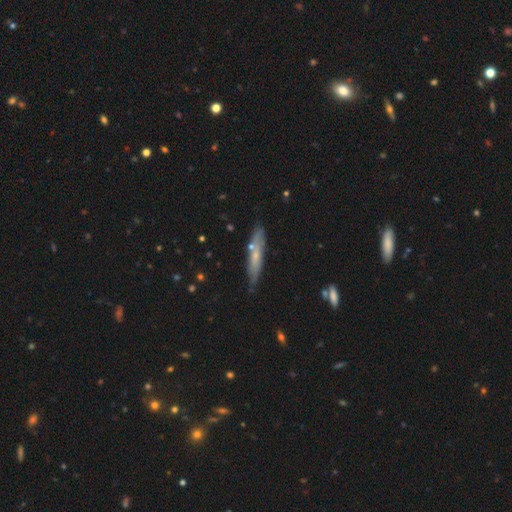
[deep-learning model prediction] smooth 50%, featured or disk 42%, star or artifact 7%. Down the decision tree: how rounded — cigar-shaped (88%); merging — none (72%).